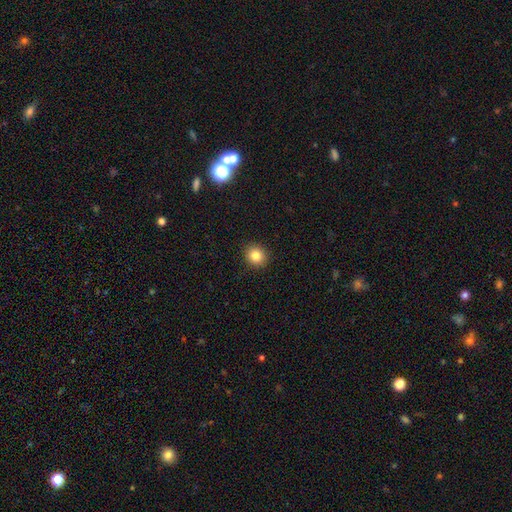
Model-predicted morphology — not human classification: A smooth galaxy with no disk features (84%) that is round (87%). Merging: none (91%).